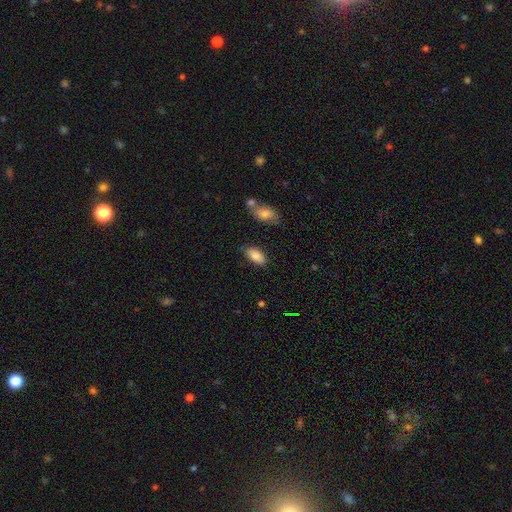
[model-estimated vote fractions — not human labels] smooth_or_featured: smooth (p=0.83) [alt: featured or disk p=0.10]
how_rounded: in between (p=0.92) [alt: cigar-shaped p=0.05]
merging: none (p=0.77) [alt: minor disturbance p=0.17]